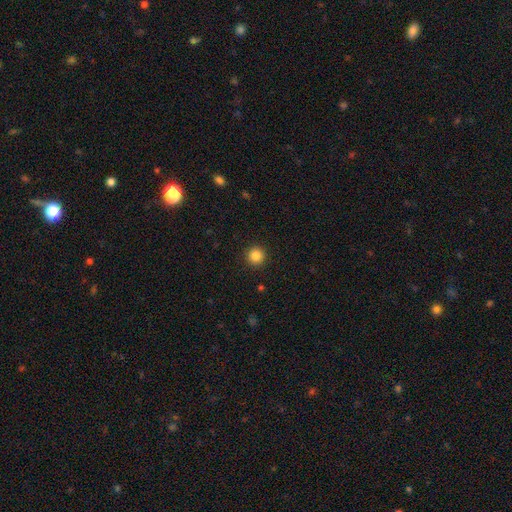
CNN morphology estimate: A smooth galaxy with no disk features (86%) that is round (96%). Merging: none (92%).